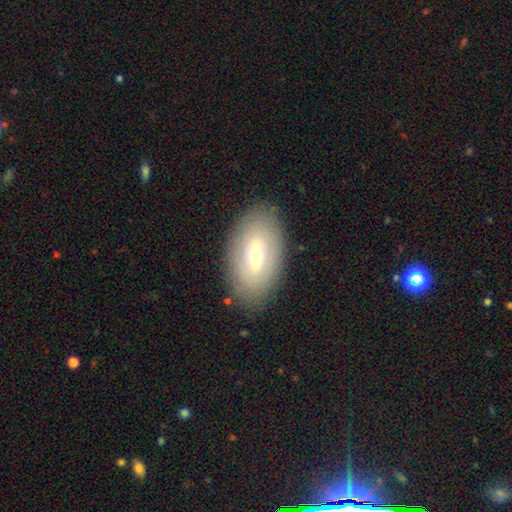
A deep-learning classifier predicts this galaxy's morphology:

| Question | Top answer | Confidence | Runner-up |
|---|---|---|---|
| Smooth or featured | smooth | 50% | featured or disk (42%) |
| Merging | none | 85% | minor disturbance (10%) |